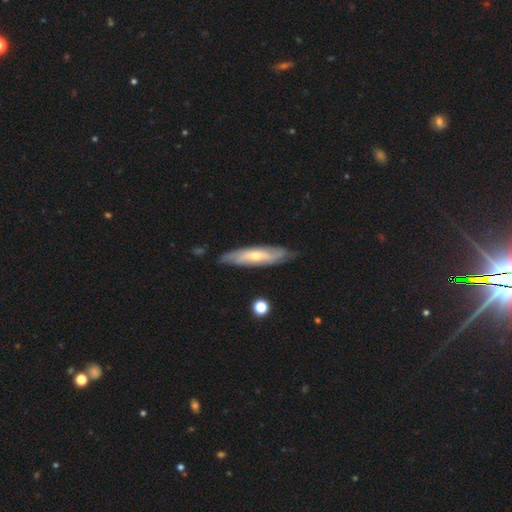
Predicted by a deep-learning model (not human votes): This appears to be a featured or disk galaxy (66%). Merging: none (80%).